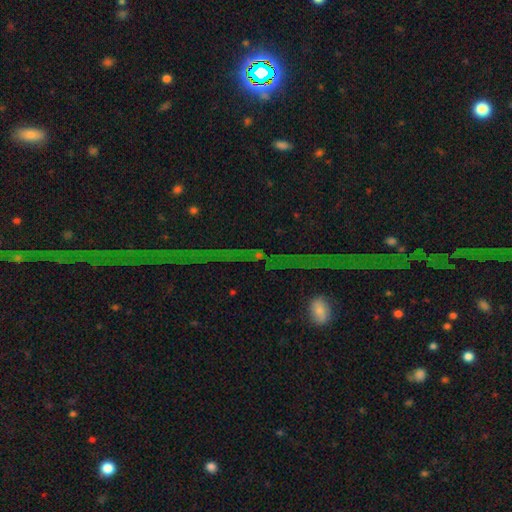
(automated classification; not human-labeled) Q: Smooth or featured?
A: star or artifact (79%); runner-up: featured or disk (12%)